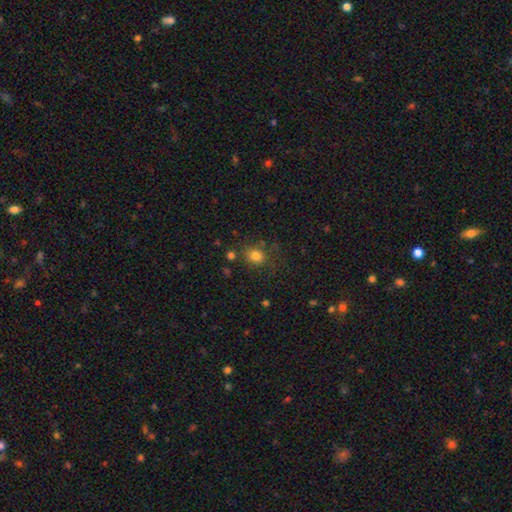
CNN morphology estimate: Q: Smooth or featured?
A: smooth (80%); runner-up: star or artifact (14%)
Q: How rounded?
A: round (71%); runner-up: in between (28%)
Q: Merging?
A: none (77%); runner-up: minor disturbance (13%)